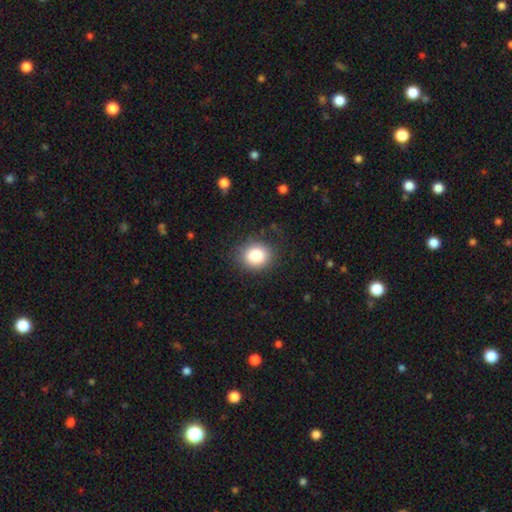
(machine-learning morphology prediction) smooth_or_featured: smooth (p=0.82) [alt: star or artifact p=0.10]
how_rounded: round (p=0.76) [alt: in between p=0.23]
merging: none (p=0.85) [alt: minor disturbance p=0.10]